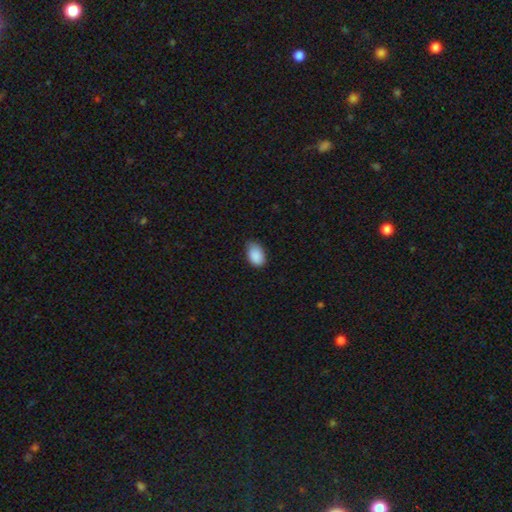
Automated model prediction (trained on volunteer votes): smooth_or_featured: smooth (p=0.89) [alt: star or artifact p=0.07]
how_rounded: in between (p=0.89) [alt: round p=0.09]
merging: none (p=0.64) [alt: minor disturbance p=0.31]